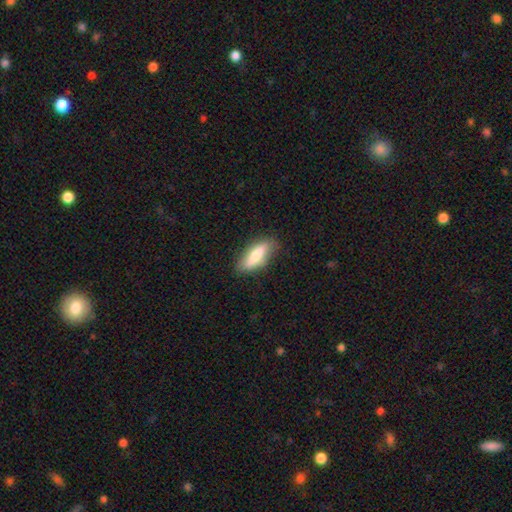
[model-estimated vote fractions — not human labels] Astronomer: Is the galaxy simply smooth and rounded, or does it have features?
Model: smooth — 69%.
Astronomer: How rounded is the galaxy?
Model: in between — 56% (runner-up: cigar-shaped, 42%).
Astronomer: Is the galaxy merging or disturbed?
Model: none — 82%.